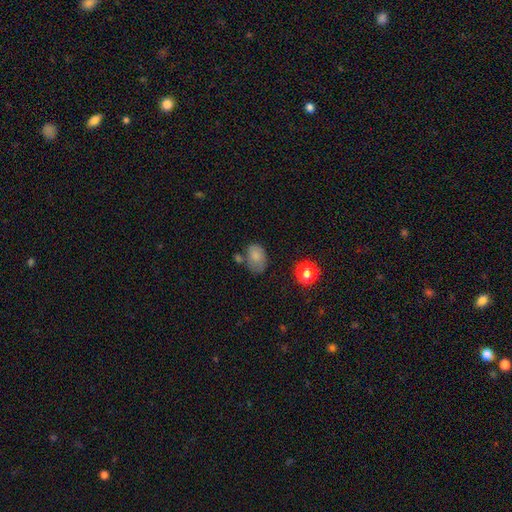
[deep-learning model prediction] A smooth galaxy with no disk features (79%) that is in between round and cigar-shaped (80%).

Vote fractions:
- Smooth or featured? smooth: 79% / featured or disk: 11% / star or artifact: 10%
- How rounded? in between: 80% / round: 19% / cigar-shaped: 1%
- Merging? none: 52% / minor disturbance: 28% / merger: 11% / major disturbance: 10%